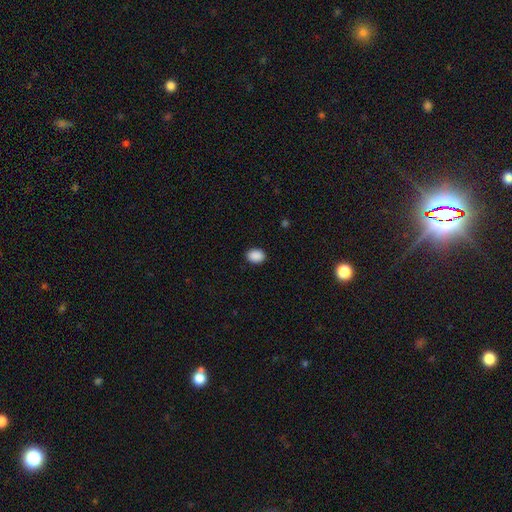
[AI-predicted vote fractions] smooth-or-featured: smooth: 90% | star or artifact: 8% | featured or disk: 2%
  how-rounded: in between: 67% | round: 32% | cigar-shaped: 1%
  merging: none: 90% | minor disturbance: 7% | major disturbance: 2% | merger: 1%